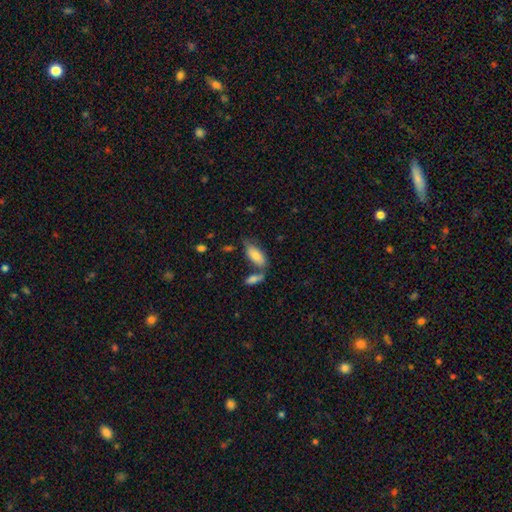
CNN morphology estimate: Smooth or featured? Predicted: smooth (p=0.79). How rounded? Predicted: in between (p=0.83). Merging? Predicted: none (p=0.49).